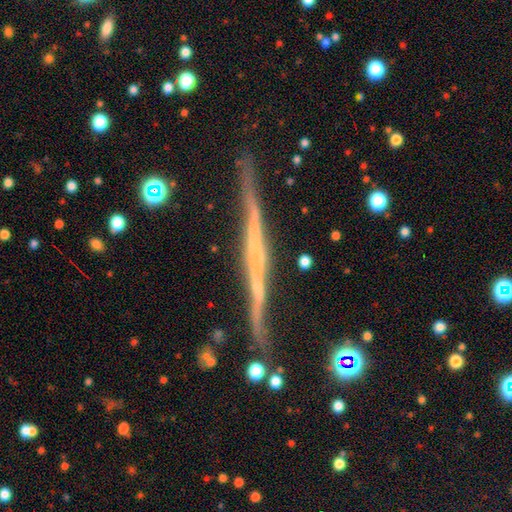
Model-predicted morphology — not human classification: The model was most divided on "smooth or featured": featured or disk: 76%, smooth: 17%, star or artifact: 7%. More confident: edge-on disk — yes (98%); merging — none (84%); edge-on bulge — none (76%).